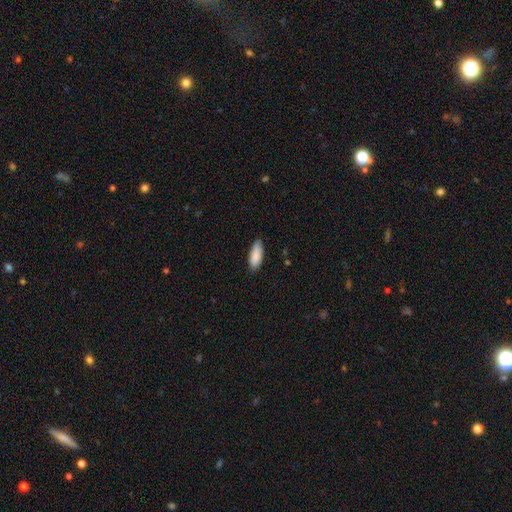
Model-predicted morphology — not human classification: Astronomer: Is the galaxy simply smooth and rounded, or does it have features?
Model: smooth — 88%.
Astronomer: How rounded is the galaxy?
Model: in between — 79%.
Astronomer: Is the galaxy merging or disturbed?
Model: none — 80%.